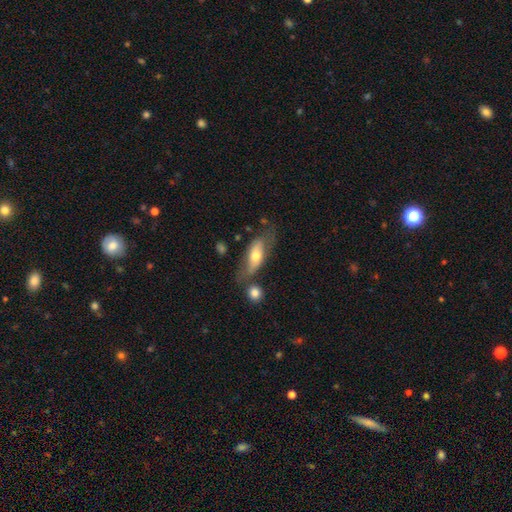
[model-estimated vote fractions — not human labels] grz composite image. It shows a smooth galaxy with no disk features (52%) that is in between round and cigar-shaped (70%). Merging: none (51%).